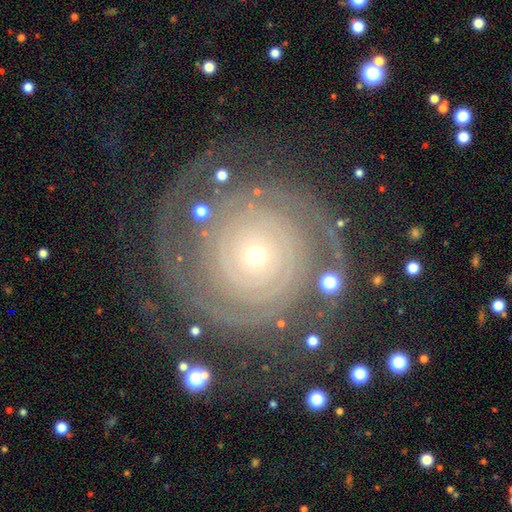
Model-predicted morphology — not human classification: Smooth or featured? Predicted: featured or disk (p=0.89). Edge-on disk? Predicted: no (p=0.98). Bar? Predicted: no (p=0.85). Spiral arms? Predicted: yes (p=0.98). Spiral winding? Predicted: tight (p=0.87). Spiral arm count? Predicted: 2 (p=0.44). Bulge size? Predicted: small (p=0.78). Merging? Predicted: none (p=0.77).